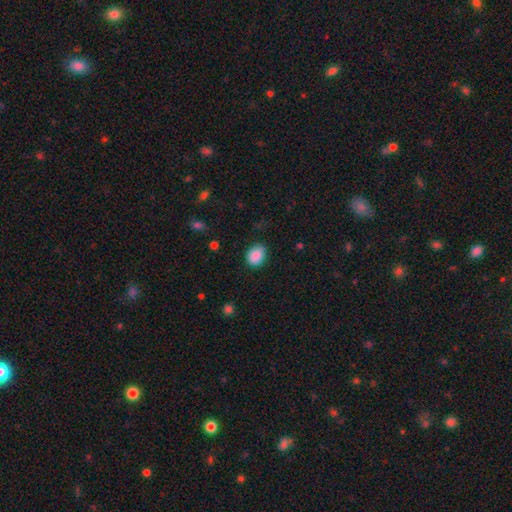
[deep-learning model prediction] Smooth or featured?
  - smooth: 88% *
  - star or artifact: 8%
  - featured or disk: 4%
How rounded?
  - in between: 54% *
  - round: 45%
  - cigar-shaped: 1%
Merging?
  - none: 78% *
  - minor disturbance: 17%
  - major disturbance: 3%
  - merger: 1%